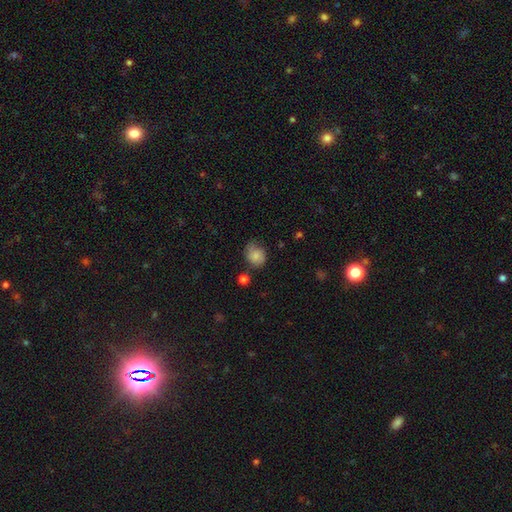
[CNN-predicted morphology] smooth_or_featured: smooth (p=0.75) [alt: featured or disk p=0.15]
how_rounded: round (p=0.59) [alt: in between p=0.40]
merging: none (p=0.50) [alt: minor disturbance p=0.33]